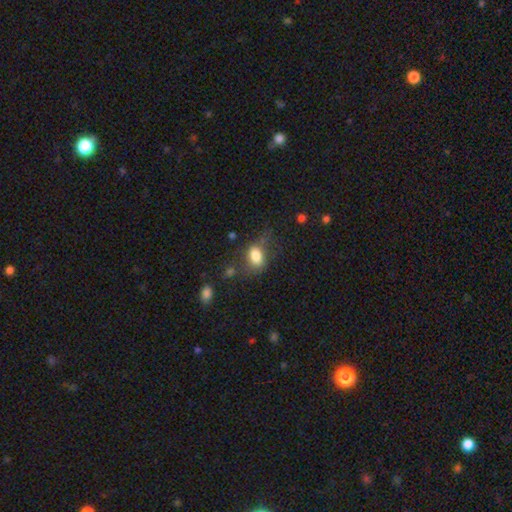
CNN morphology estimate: This appears to be a smooth galaxy with no disk features (80%) that is in between round and cigar-shaped (80%). Merging: none (53%).